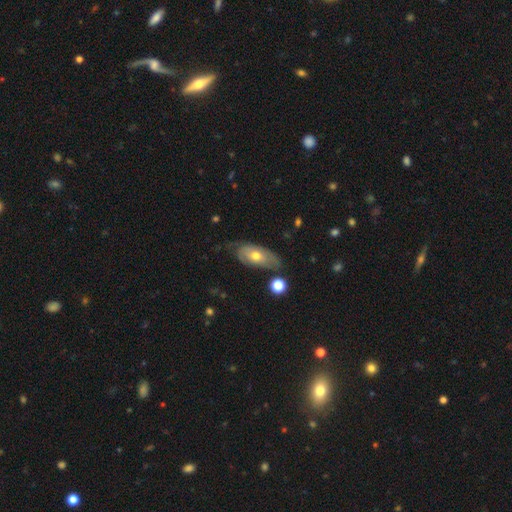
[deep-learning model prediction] Smooth or featured? Predicted: smooth (p=0.49). Merging? Predicted: none (p=0.54).